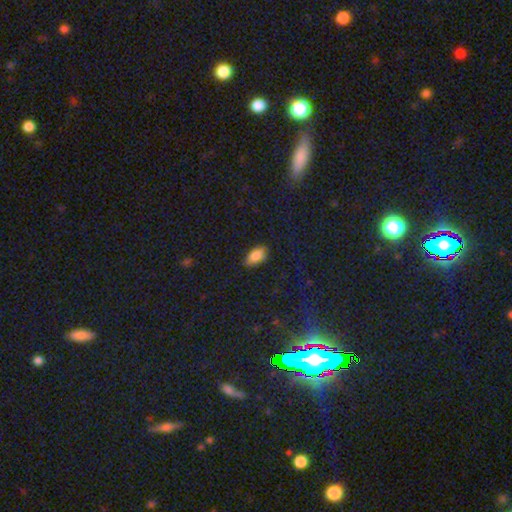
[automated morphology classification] smooth_or_featured: smooth (p=0.84) [alt: star or artifact p=0.08]
how_rounded: in between (p=0.91) [alt: cigar-shaped p=0.05]
merging: none (p=0.84) [alt: minor disturbance p=0.13]